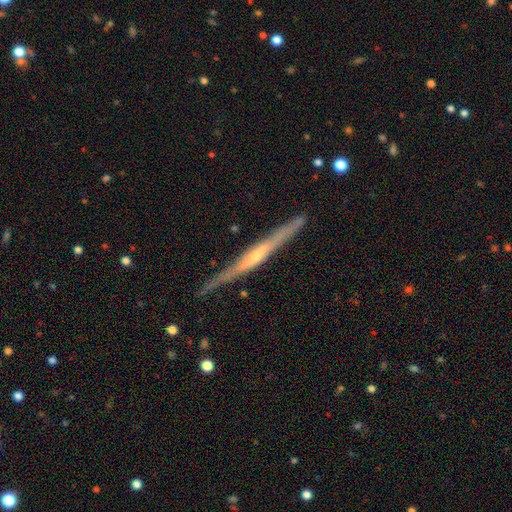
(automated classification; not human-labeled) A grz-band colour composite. It shows a featured or disk galaxy (79%) viewed edge-on (97%) with a rounded central bulge (63%). Merging: none (82%).